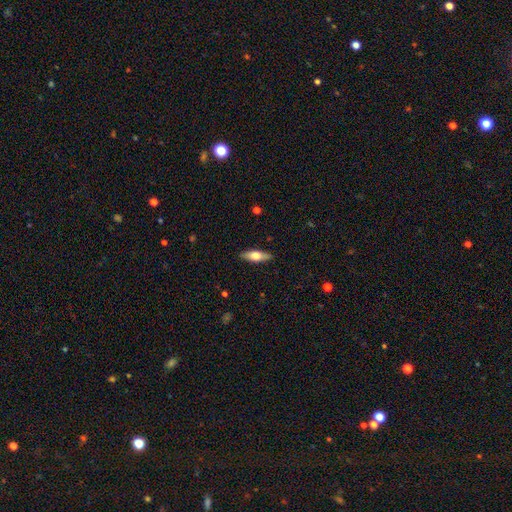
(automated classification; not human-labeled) Overall: smooth (57%; featured or disk 37%). How rounded: in between (57%; cigar-shaped 40%). Merging: none (88%).